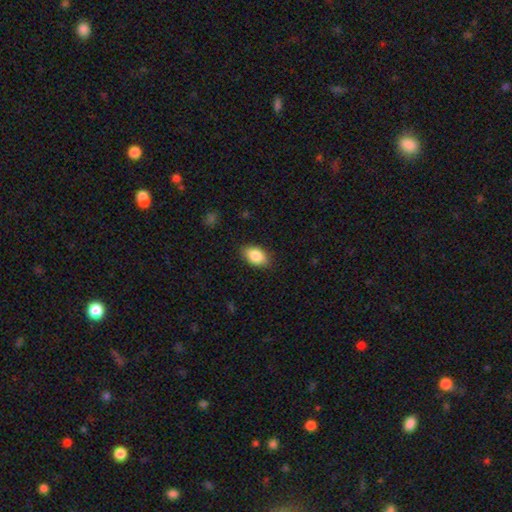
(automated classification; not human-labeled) The model was most divided on "merging": none: 85%, minor disturbance: 12%, major disturbance: 2%, merger: 1%. More confident: how rounded — in between (91%); smooth or featured — smooth (87%).